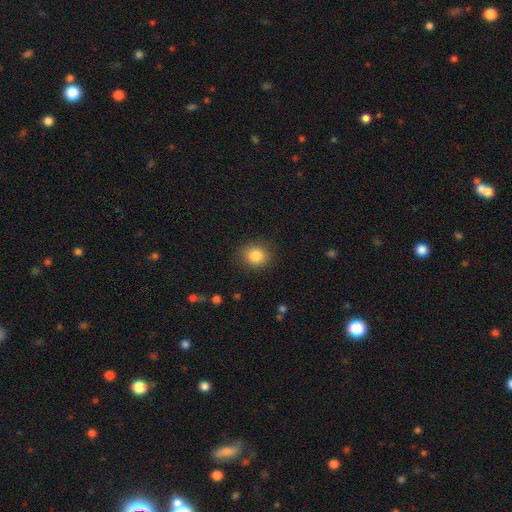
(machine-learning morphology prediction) Smooth or featured? smooth (85%)
How rounded? round (68%)
Merging? none (84%)